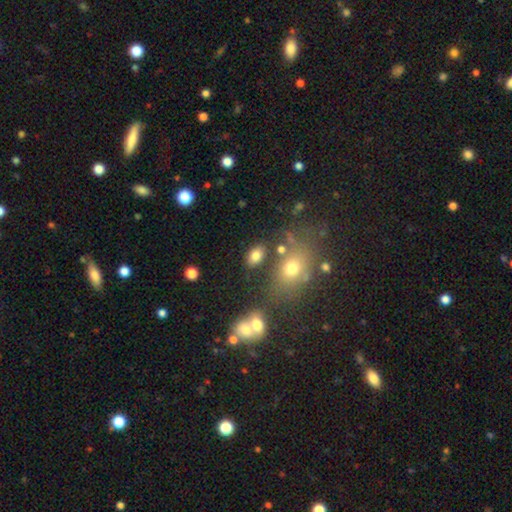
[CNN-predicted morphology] Smooth or featured: smooth — 78% (star or artifact — 12%)
How rounded: in between — 84% (round — 14%)
Merging: none — 74% (minor disturbance — 12%)